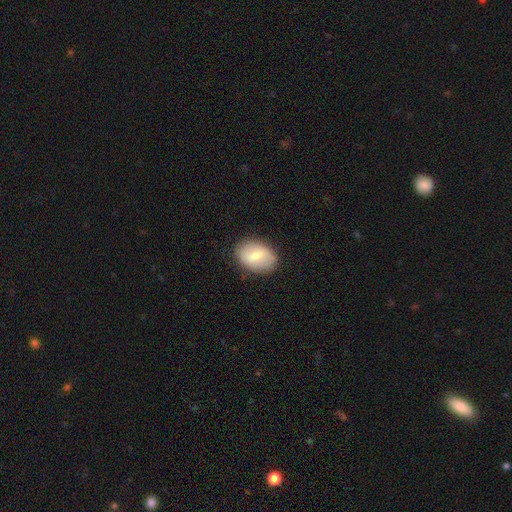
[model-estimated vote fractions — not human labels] A smooth galaxy with no disk features (66%) that is in between round and cigar-shaped (78%).

Vote fractions:
- Smooth or featured? smooth: 66% / featured or disk: 28% / star or artifact: 7%
- How rounded? in between: 78% / round: 21% / cigar-shaped: 1%
- Merging? none: 84% / minor disturbance: 12% / major disturbance: 3% / merger: 1%